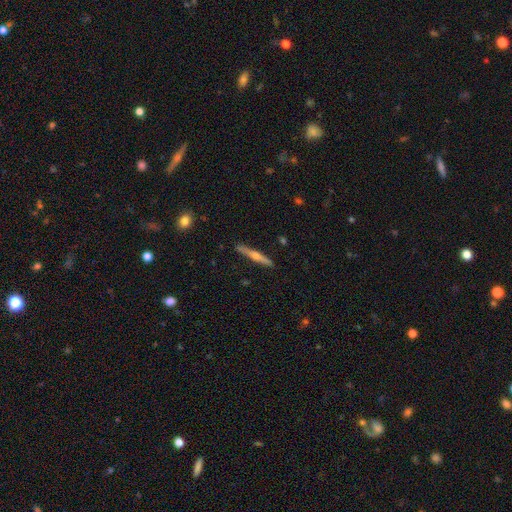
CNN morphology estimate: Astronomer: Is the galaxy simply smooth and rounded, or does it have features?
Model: featured or disk — 68%.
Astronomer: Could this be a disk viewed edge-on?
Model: yes — 98%.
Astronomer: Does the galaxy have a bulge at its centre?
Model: rounded — 83%.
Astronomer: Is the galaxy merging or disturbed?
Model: none — 91%.